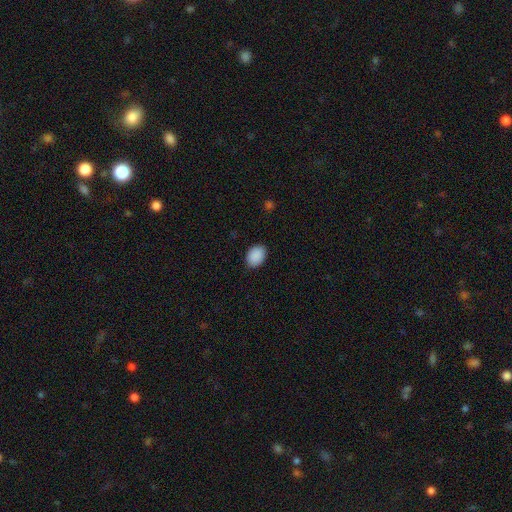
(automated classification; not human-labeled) The model was most divided on "how rounded": in between: 75%, round: 24%, cigar-shaped: 1%. More confident: smooth or featured — smooth (90%); merging — none (88%).